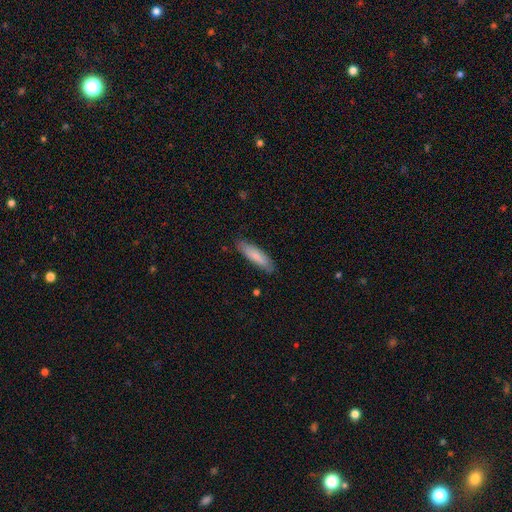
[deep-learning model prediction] Smooth or featured? Predicted: smooth (p=0.82). How rounded? Predicted: cigar-shaped (p=0.69). Merging? Predicted: none (p=0.84).